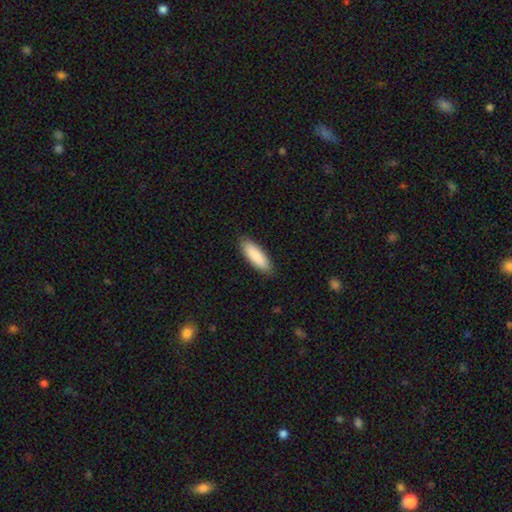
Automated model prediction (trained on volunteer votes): Smooth or featured: smooth — 87% (featured or disk — 8%)
How rounded: in between — 58% (cigar-shaped — 41%)
Merging: none — 88% (minor disturbance — 9%)